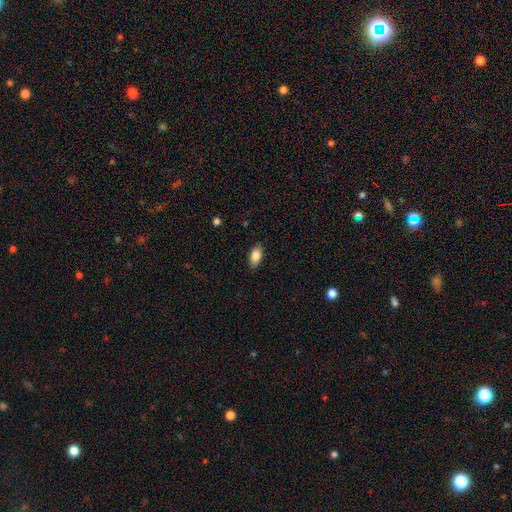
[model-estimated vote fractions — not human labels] Overall: smooth (84%). How rounded: in between (90%). Merging: none (86%).